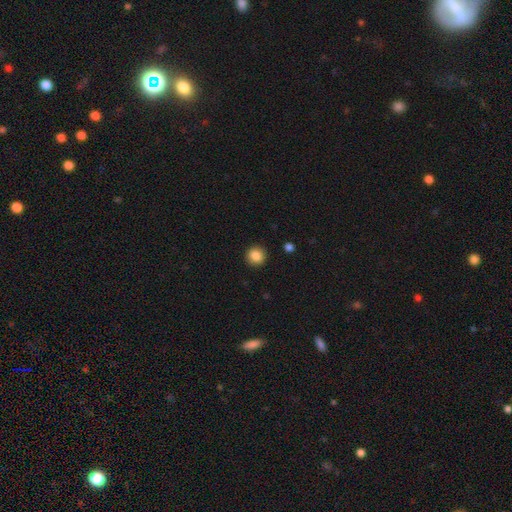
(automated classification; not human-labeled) This appears to be a smooth galaxy with no disk features (86%) that is round (93%). Merging: none (92%).